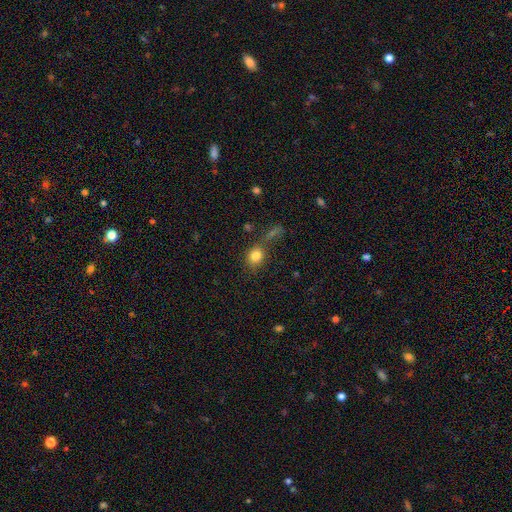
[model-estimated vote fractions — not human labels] Smooth or featured? smooth (81%)
How rounded? round (62%)
Merging? none (64%)